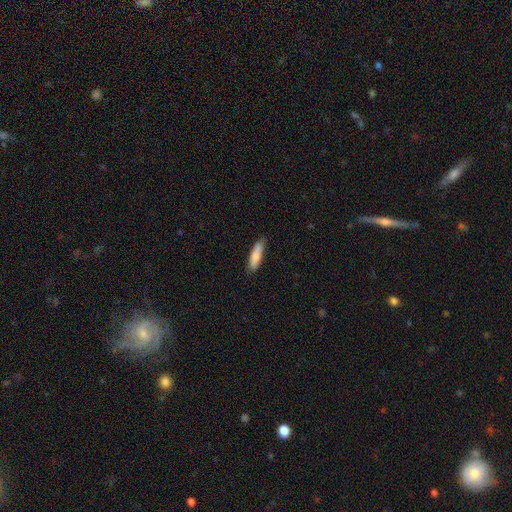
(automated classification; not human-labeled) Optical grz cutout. It shows a smooth galaxy with no disk features (82%) that is cigar-shaped (73%). Merging: none (78%).